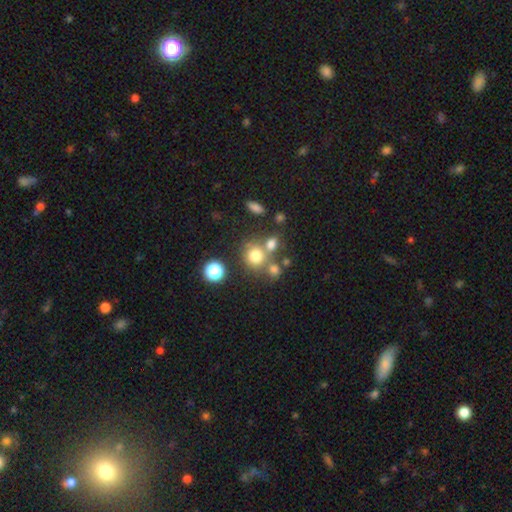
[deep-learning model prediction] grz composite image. It shows a smooth galaxy with no disk features (73%) that is round (84%). Merging: none (57%).